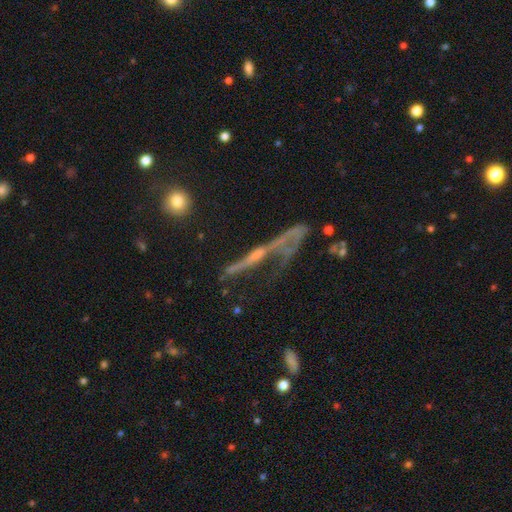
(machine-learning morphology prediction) Q: Smooth or featured?
A: featured or disk (69%); runner-up: smooth (17%)
Q: Edge-on disk?
A: yes (57%); runner-up: no (43%)
Q: Merging?
A: major disturbance (42%); runner-up: none (29%)